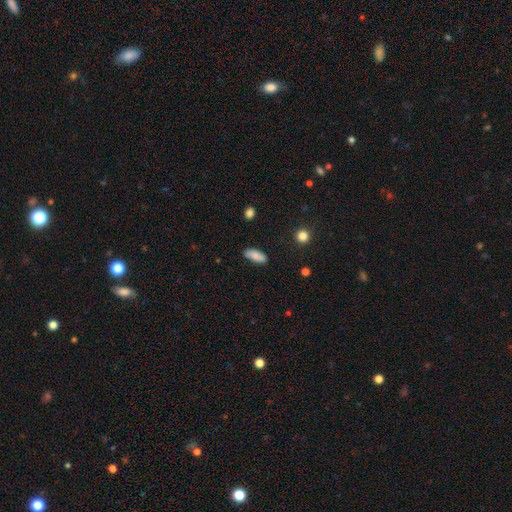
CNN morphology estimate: smooth-or-featured: smooth: 85% | featured or disk: 8% | star or artifact: 7%
  how-rounded: in between: 80% | cigar-shaped: 18% | round: 2%
  merging: none: 83% | minor disturbance: 13% | major disturbance: 3% | merger: 2%